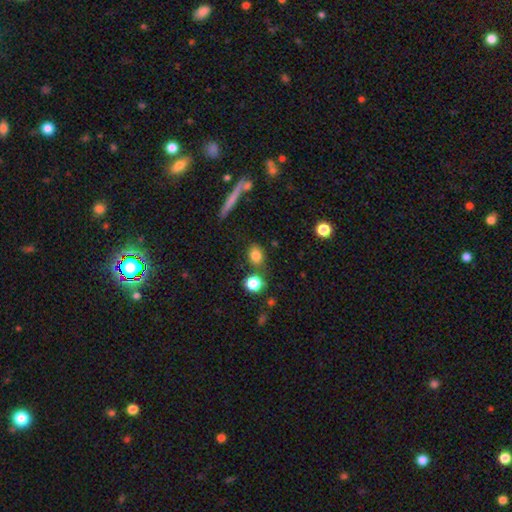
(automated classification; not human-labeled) Overall: smooth (81%). How rounded: in between (49%; round 47%). Merging: none (74%).